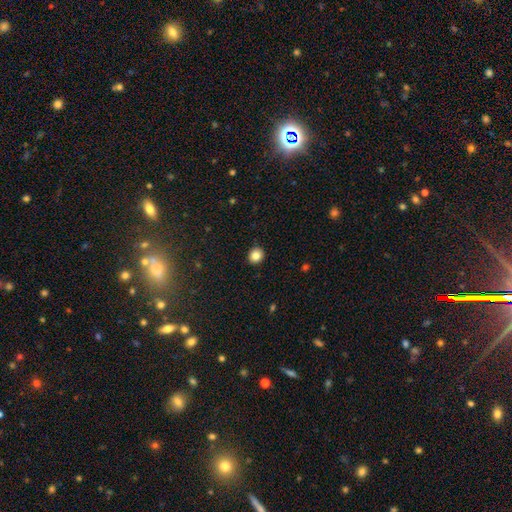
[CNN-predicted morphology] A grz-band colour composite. It shows a smooth galaxy with no disk features (84%) that is round (81%). Merging: none (91%).